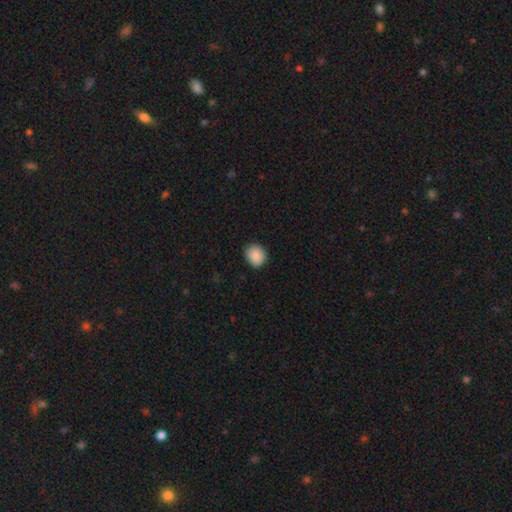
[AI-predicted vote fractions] This is clearly a smooth galaxy (88%). How rounded: clearly round (81%). Merging: clearly none (89%).